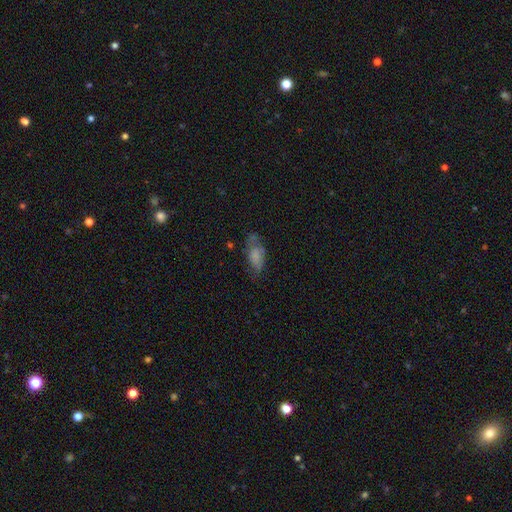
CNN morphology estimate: smooth-or-featured: smooth: 67% | featured or disk: 22% | star or artifact: 10%
  how-rounded: in between: 86% | cigar-shaped: 10% | round: 4%
  merging: none: 46% | minor disturbance: 31% | major disturbance: 18% | merger: 5%